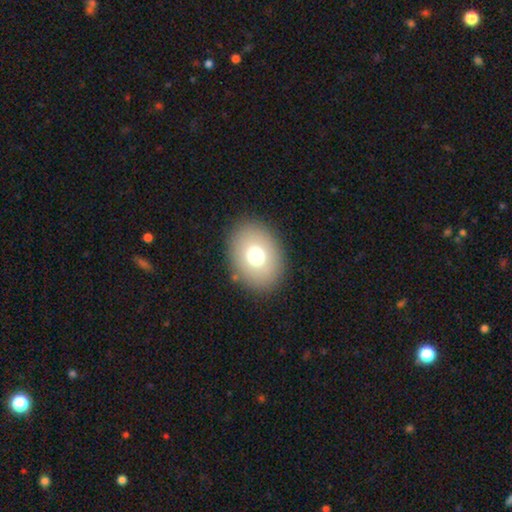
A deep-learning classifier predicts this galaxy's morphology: A smooth galaxy with no disk features (72%) that is in between round and cigar-shaped (60%). Merging: none (88%).